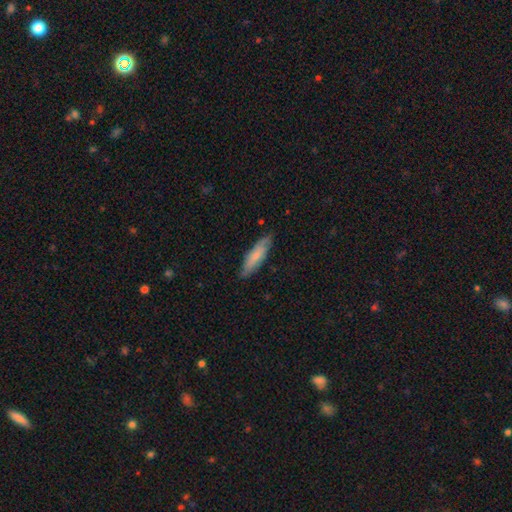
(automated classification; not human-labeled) Smooth or featured: smooth — 71% (featured or disk — 23%)
How rounded: cigar-shaped — 67% (in between — 31%)
Merging: none — 83% (minor disturbance — 13%)